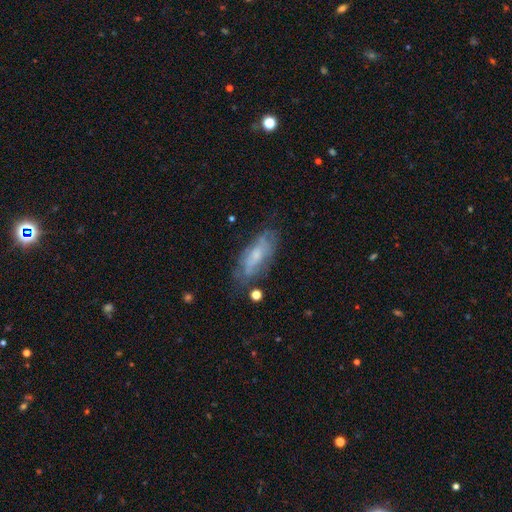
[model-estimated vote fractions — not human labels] Smooth or featured?
  - featured or disk: 47% *
  - smooth: 45%
  - star or artifact: 8%
Merging?
  - none: 59% *
  - minor disturbance: 25%
  - major disturbance: 12%
  - merger: 4%